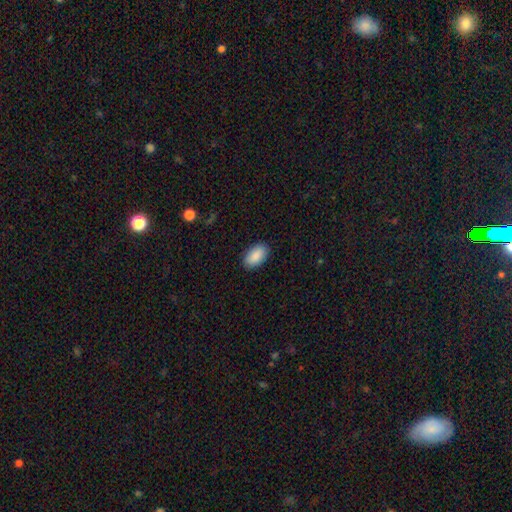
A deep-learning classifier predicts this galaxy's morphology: Overall: smooth (90%). How rounded: in between (95%). Merging: none (89%).